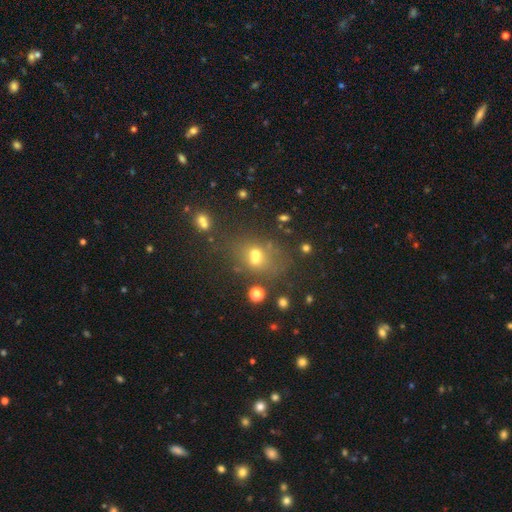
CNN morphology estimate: This appears to be a smooth galaxy with no disk features (51%) that is round (52%). Merging: none (41%).